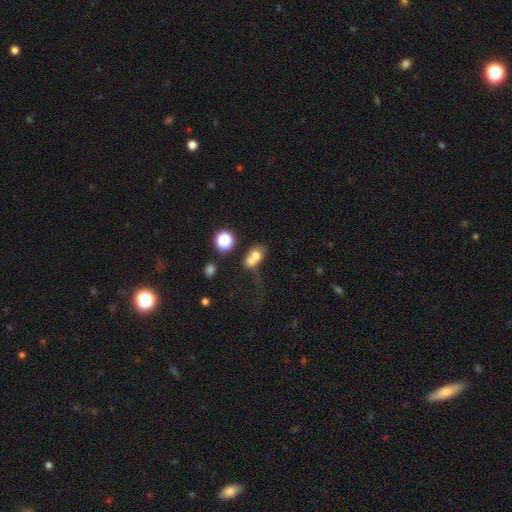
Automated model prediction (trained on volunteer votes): A smooth galaxy with no disk features (66%) that is round (51%). Merging: merger (61%).